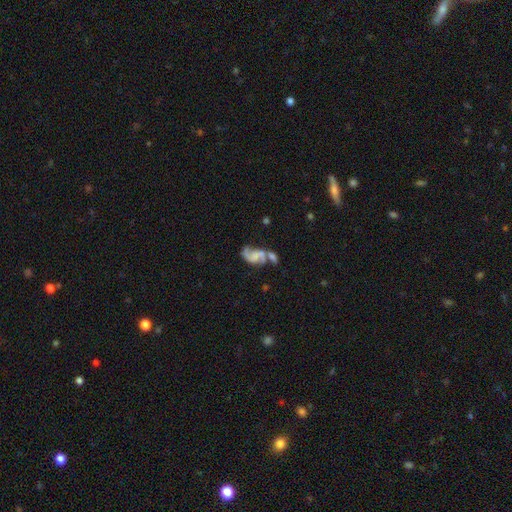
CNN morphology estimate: Smooth or featured? Predicted: featured or disk (p=0.73). Edge-on disk? Predicted: no (p=0.97). Bar? Predicted: no (p=0.57). Spiral arms? Predicted: yes (p=0.89). Spiral winding? Predicted: loose (p=0.59). Spiral arm count? Predicted: 2 (p=0.84). Bulge size? Predicted: none (p=0.55). Merging? Predicted: merger (p=0.40).